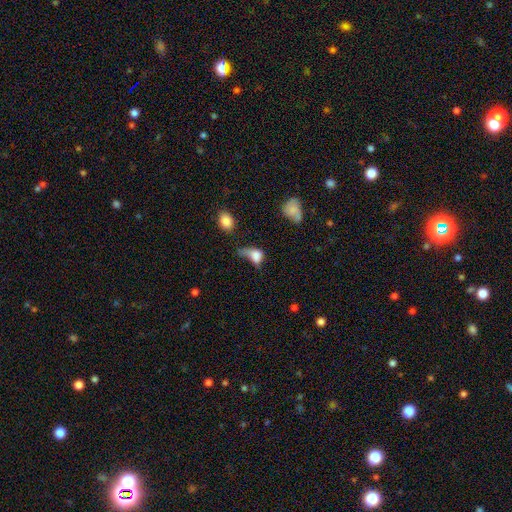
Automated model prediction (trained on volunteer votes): Smooth or featured? Predicted: smooth (p=0.69). How rounded? Predicted: in between (p=0.70). Merging? Predicted: major disturbance (p=0.44).